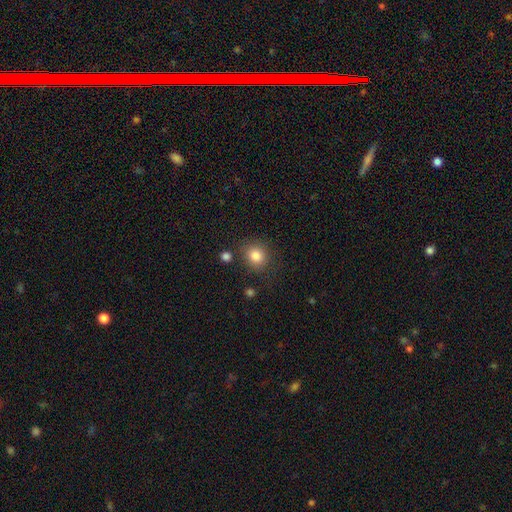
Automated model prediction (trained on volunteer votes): smooth_or_featured: smooth (p=0.84) [alt: star or artifact p=0.10]
how_rounded: round (p=0.81) [alt: in between p=0.19]
merging: none (p=0.81) [alt: minor disturbance p=0.11]